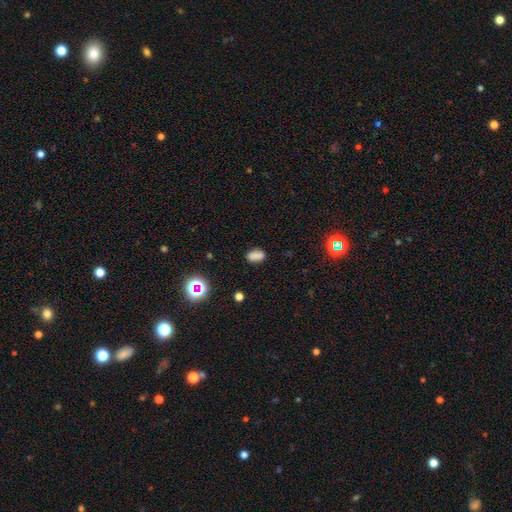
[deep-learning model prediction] A smooth galaxy with no disk features (77%) that is in between round and cigar-shaped (86%). Merging: none (76%).